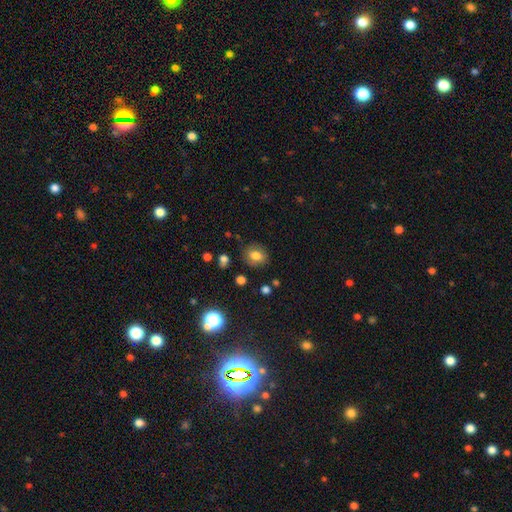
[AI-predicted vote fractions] Smooth or featured? smooth (77%)
How rounded? round (59%)
Merging? none (81%)